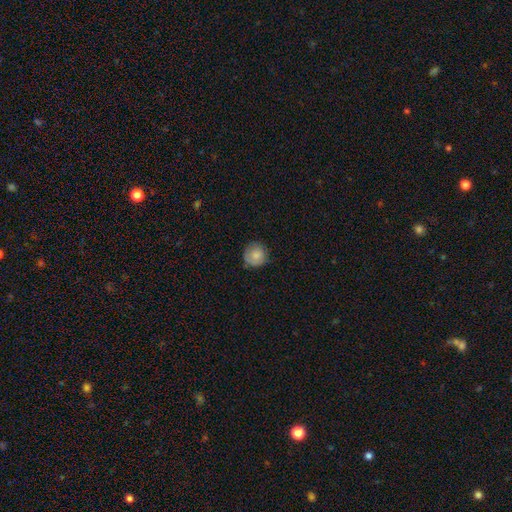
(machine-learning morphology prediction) This appears to be a smooth galaxy with no disk features (78%) that is round (91%). Merging: none (75%).